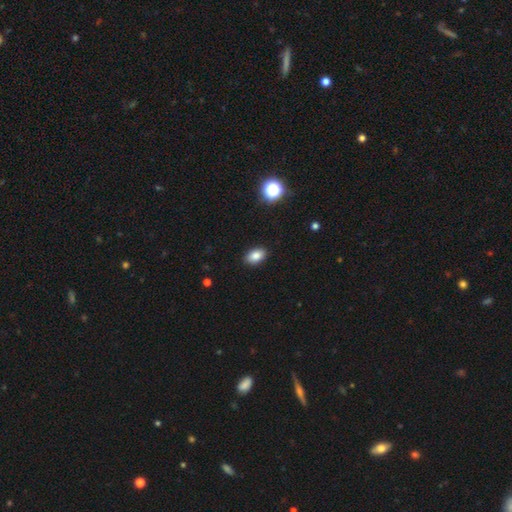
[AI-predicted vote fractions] Q: Smooth or featured?
A: smooth (84%); runner-up: star or artifact (10%)
Q: How rounded?
A: in between (87%); runner-up: round (11%)
Q: Merging?
A: none (89%); runner-up: minor disturbance (8%)